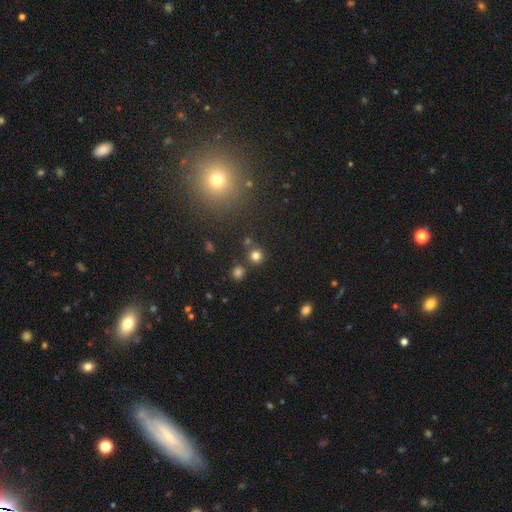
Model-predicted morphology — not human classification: smooth 76%, star or artifact 18%, featured or disk 6%. Down the decision tree: how rounded — round (92%); merging — none (80%).